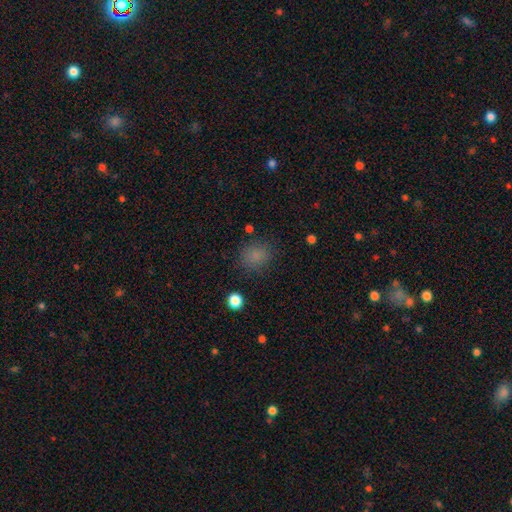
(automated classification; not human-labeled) This appears to be a smooth galaxy with no disk features (80%) that is round (69%). Merging: none (82%).